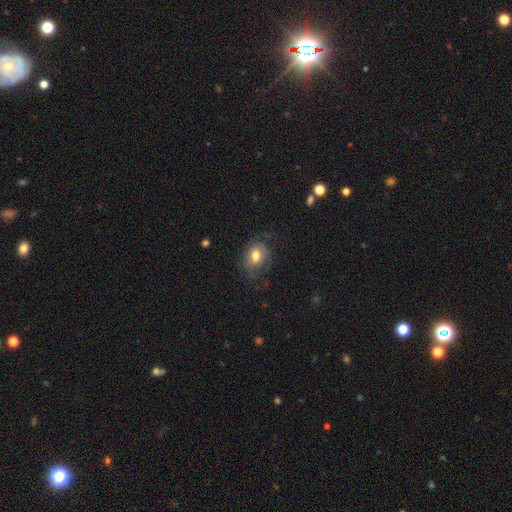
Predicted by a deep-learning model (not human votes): Smooth or featured?
  - smooth: 69% *
  - featured or disk: 22%
  - star or artifact: 9%
How rounded?
  - in between: 56% *
  - round: 43%
  - cigar-shaped: 1%
Merging?
  - none: 59% *
  - minor disturbance: 24%
  - major disturbance: 15%
  - merger: 1%